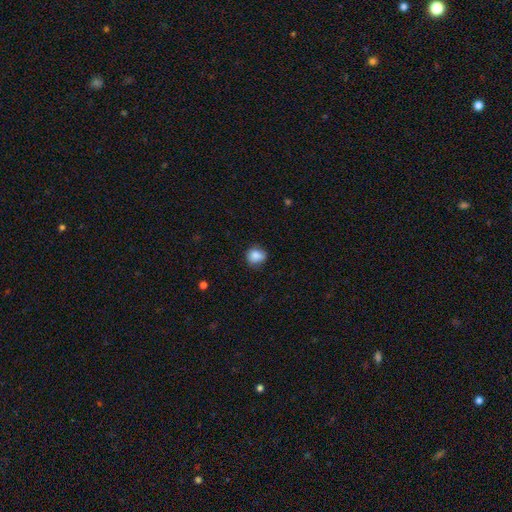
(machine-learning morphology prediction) This is clearly a smooth galaxy (87%). How rounded: likely round (75%). Merging: likely none (74%).